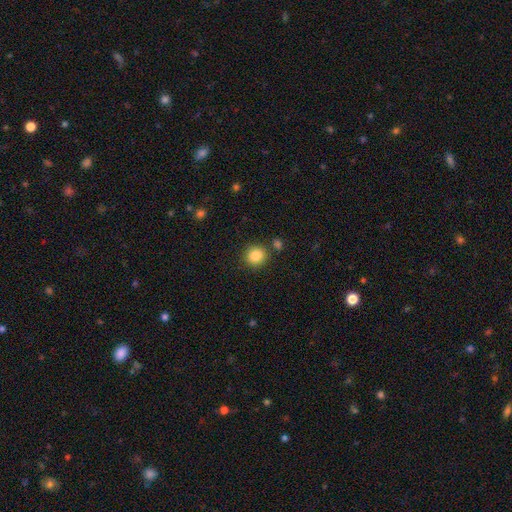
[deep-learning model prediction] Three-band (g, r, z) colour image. It shows a smooth galaxy with no disk features (85%) that is round (88%). Merging: none (83%).